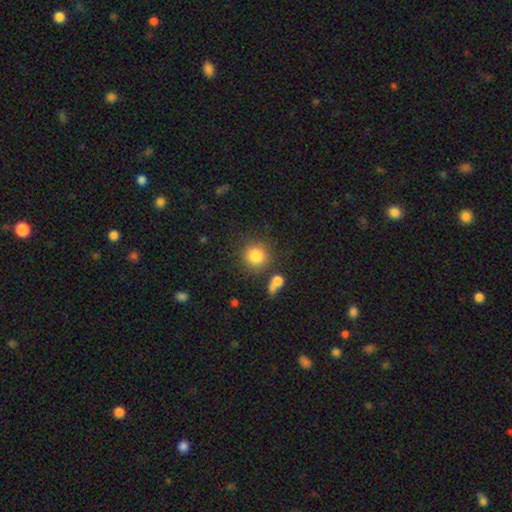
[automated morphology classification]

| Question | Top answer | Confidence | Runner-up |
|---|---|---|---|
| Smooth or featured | smooth | 83% | star or artifact (10%) |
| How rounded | round | 91% | in between (8%) |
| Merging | none | 77% | minor disturbance (10%) |